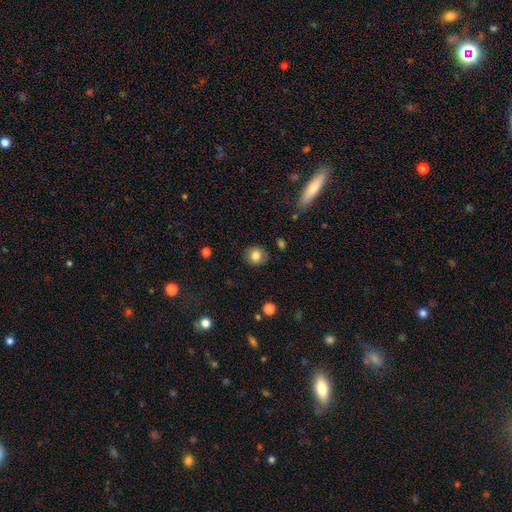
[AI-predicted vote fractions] Overall: smooth (81%). How rounded: round (80%). Merging: none (86%).